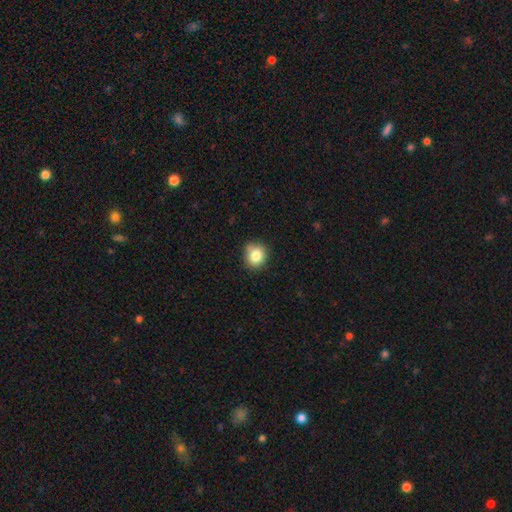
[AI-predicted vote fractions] Smooth or featured?
  - smooth: 83% *
  - star or artifact: 11%
  - featured or disk: 7%
How rounded?
  - round: 82% *
  - in between: 17%
  - cigar-shaped: 1%
Merging?
  - none: 77% *
  - minor disturbance: 17%
  - merger: 3%
  - major disturbance: 3%